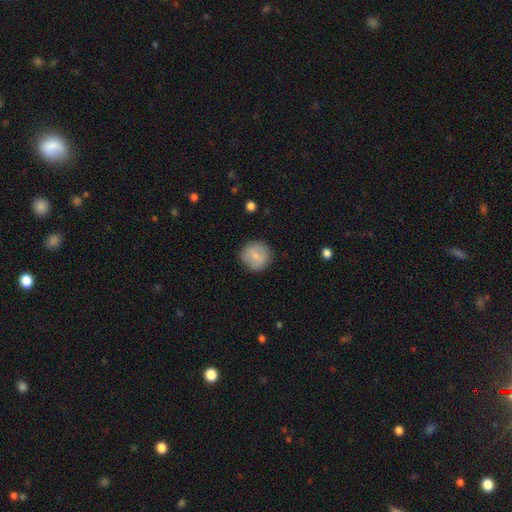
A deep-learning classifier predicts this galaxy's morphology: smooth_or_featured: smooth (p=0.71) [alt: featured or disk p=0.22]
how_rounded: round (p=0.90) [alt: in between p=0.09]
merging: none (p=0.86) [alt: minor disturbance p=0.10]